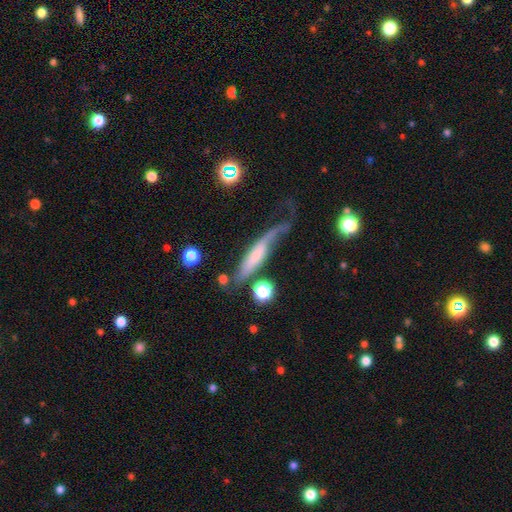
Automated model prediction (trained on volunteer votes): A featured or disk galaxy (54%) viewed edge-on (56%).

Vote fractions:
- Smooth or featured? featured or disk: 54% / smooth: 38% / star or artifact: 8%
- Edge-on disk? yes: 56% / no: 44%
- Merging? none: 32% (tied) / major disturbance: 32% (tied) / minor disturbance: 26% / merger: 10%